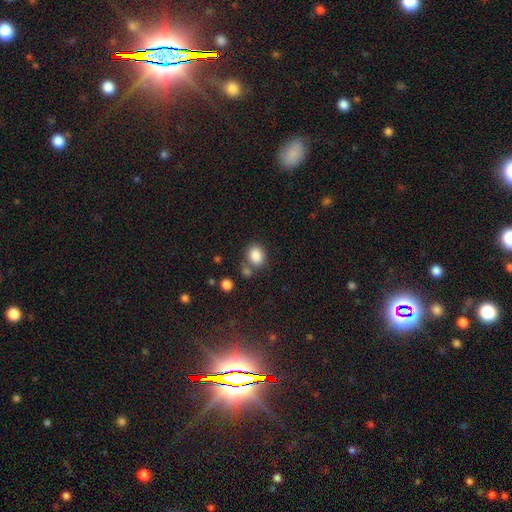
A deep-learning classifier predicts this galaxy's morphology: This is clearly a smooth galaxy (86%). How rounded: possibly in between (50%). Merging: likely none (63%).